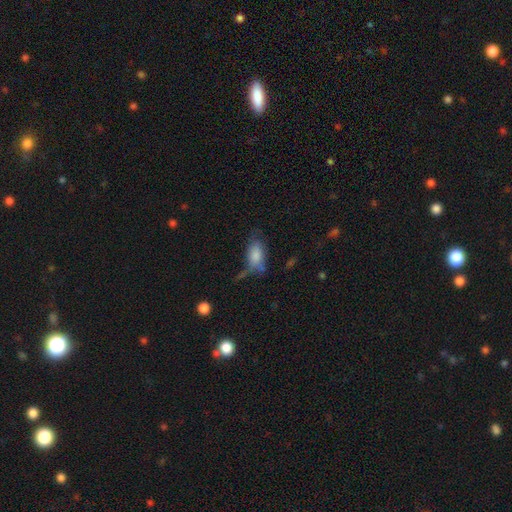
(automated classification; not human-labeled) Smooth or featured? Predicted: smooth (p=0.77). How rounded? Predicted: in between (p=0.90). Merging? Predicted: none (p=0.40).